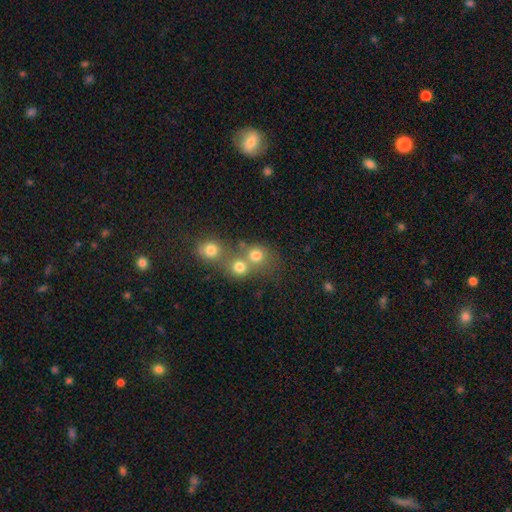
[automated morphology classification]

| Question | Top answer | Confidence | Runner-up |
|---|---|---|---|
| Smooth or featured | smooth | 74% | star or artifact (15%) |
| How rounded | round | 83% | in between (16%) |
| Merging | none | 46% | merger (43%) |